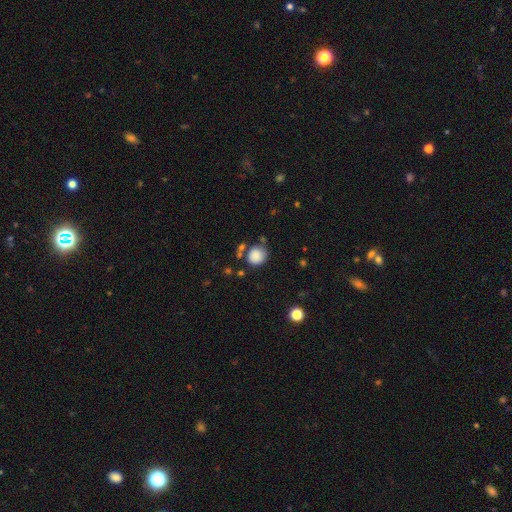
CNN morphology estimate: Smooth or featured? smooth (86%)
How rounded? round (86%)
Merging? none (69%)